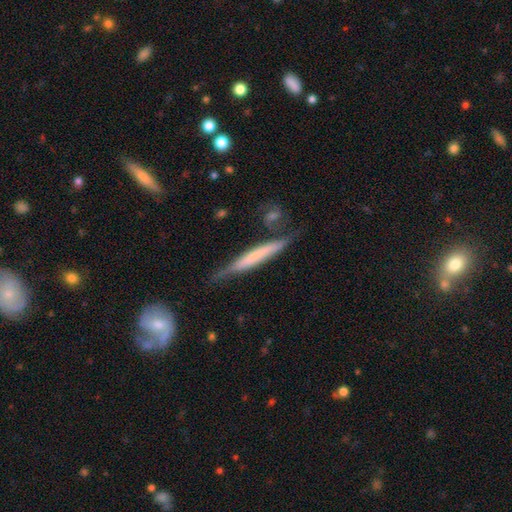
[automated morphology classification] A featured or disk galaxy (49%). Merging: none (57%).